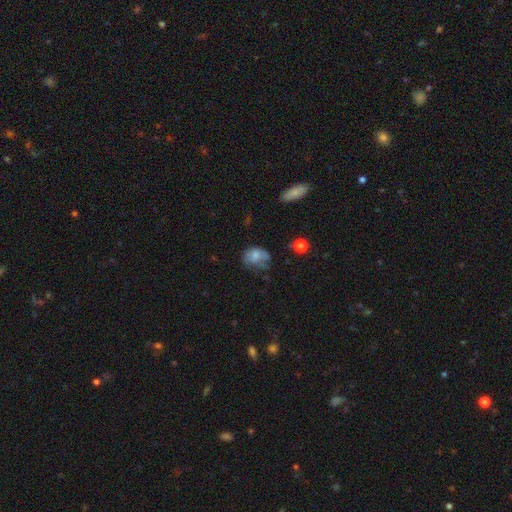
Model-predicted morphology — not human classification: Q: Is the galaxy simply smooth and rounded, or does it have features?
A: smooth — 63%.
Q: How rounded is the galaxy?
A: in between — 64%.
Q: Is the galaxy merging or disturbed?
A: none — 33%.